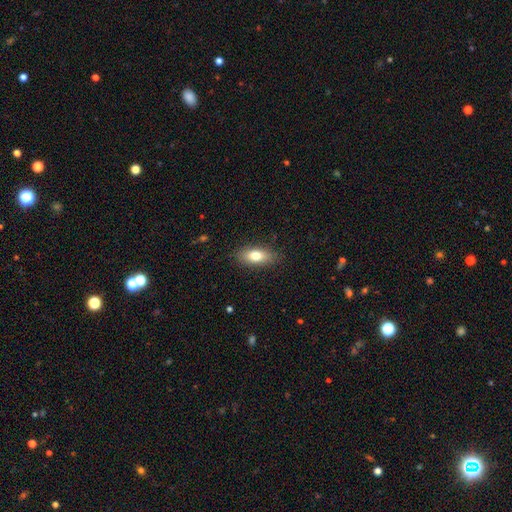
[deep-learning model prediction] Smooth or featured?
  - smooth: 76% *
  - featured or disk: 16%
  - star or artifact: 7%
How rounded?
  - in between: 82% *
  - cigar-shaped: 12%
  - round: 5%
Merging?
  - none: 86% *
  - minor disturbance: 11%
  - major disturbance: 3%
  - merger: 1%